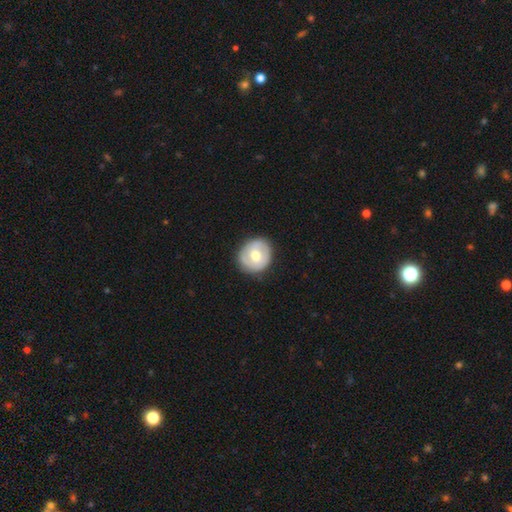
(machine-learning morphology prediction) Overall: smooth (52%; featured or disk 42%). How rounded: round (82%). Merging: none (84%).